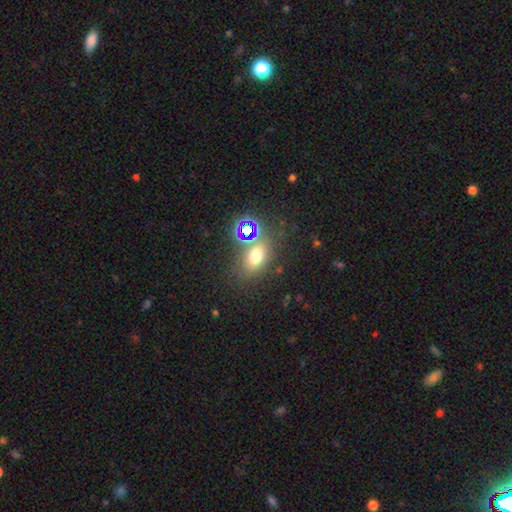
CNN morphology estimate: smooth 60%, star or artifact 28%, featured or disk 12%. Down the decision tree: how rounded — in between (68%); merging — none (68%).